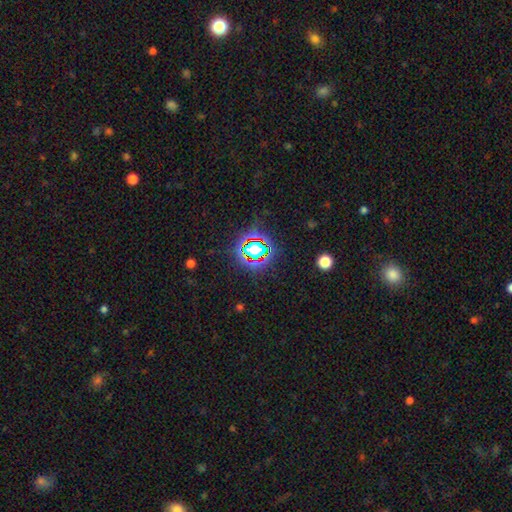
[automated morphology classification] smooth-or-featured: star or artifact: 69% | smooth: 20% | featured or disk: 11%